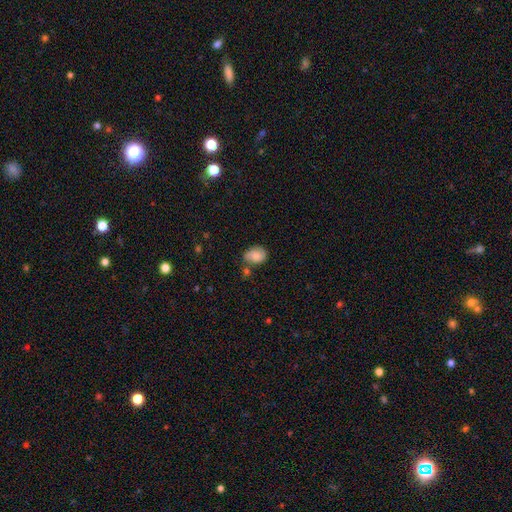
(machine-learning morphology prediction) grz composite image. It shows a smooth galaxy with no disk features (69%) that is in between round and cigar-shaped (61%). Merging: none (54%).